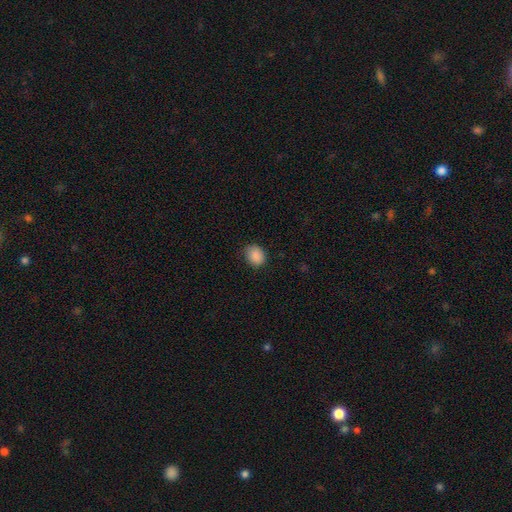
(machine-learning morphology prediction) Overall: smooth (88%). How rounded: round (63%; in between 37%). Merging: none (82%).